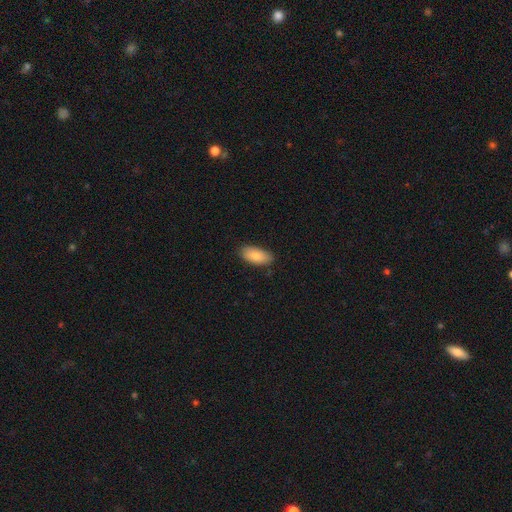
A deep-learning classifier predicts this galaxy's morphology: Smooth or featured? Predicted: smooth (p=0.85). How rounded? Predicted: in between (p=0.91). Merging? Predicted: none (p=0.81).